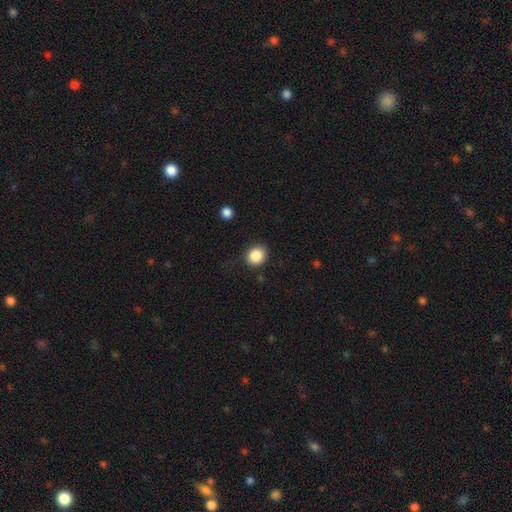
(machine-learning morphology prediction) This appears to be a smooth galaxy with no disk features (87%) that is round (76%). Merging: none (80%).